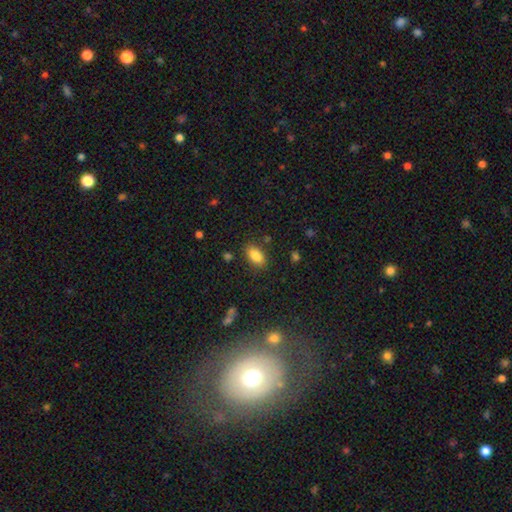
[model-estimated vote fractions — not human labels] smooth_or_featured: smooth (p=0.85) [alt: star or artifact p=0.09]
how_rounded: in between (p=0.90) [alt: round p=0.06]
merging: none (p=0.84) [alt: minor disturbance p=0.11]